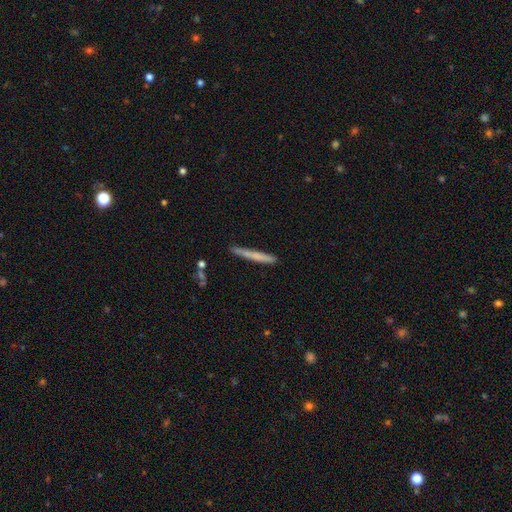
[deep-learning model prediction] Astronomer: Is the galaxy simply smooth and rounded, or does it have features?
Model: smooth — 62%.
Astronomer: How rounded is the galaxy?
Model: cigar-shaped — 96%.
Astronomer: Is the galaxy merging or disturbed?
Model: none — 83%.